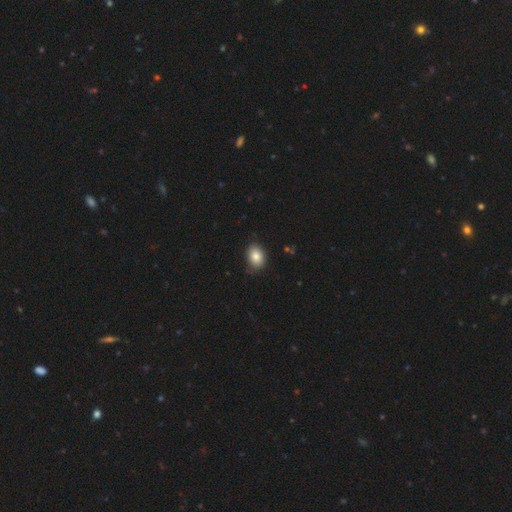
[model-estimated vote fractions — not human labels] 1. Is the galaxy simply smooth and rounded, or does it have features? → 84% smooth, 9% star or artifact, 8% featured or disk.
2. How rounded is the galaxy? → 74% in between, 25% round, 1% cigar-shaped.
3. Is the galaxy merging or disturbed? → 78% none, 17% minor disturbance, 3% major disturbance, 1% merger.